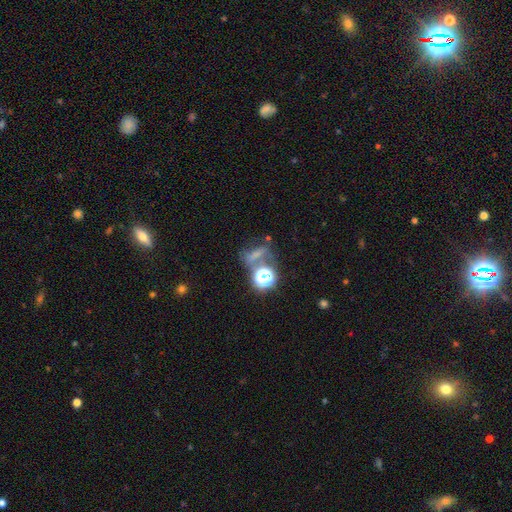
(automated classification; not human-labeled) smooth-or-featured: smooth: 41% | star or artifact: 37% | featured or disk: 22%
  merging: none: 42% | major disturbance: 21% | merger: 20% | minor disturbance: 17%